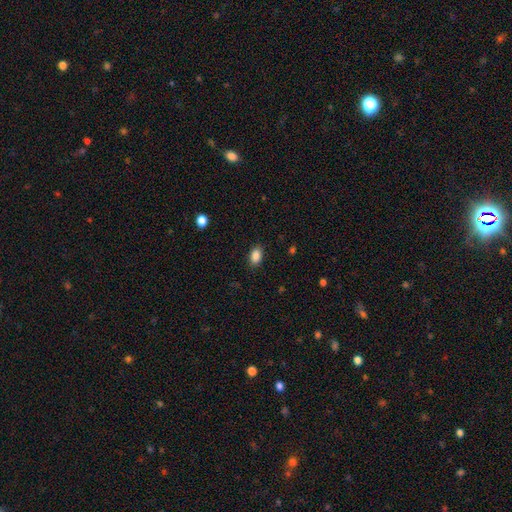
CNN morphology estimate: smooth 87%, star or artifact 9%, featured or disk 4%. Down the decision tree: how rounded — in between (88%); merging — none (88%).